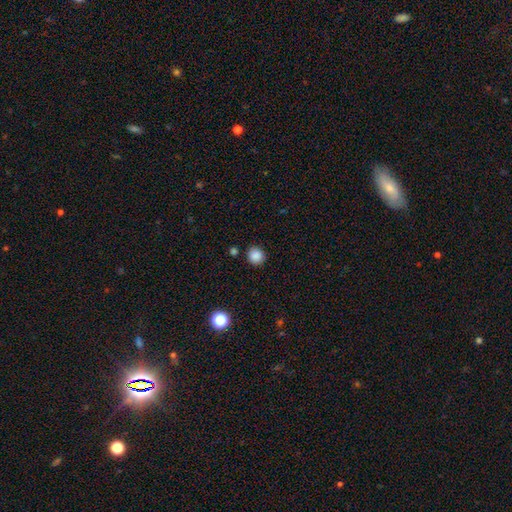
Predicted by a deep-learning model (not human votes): Morphology: type=smooth (86%); roundness=round (88%); merging=none (87%).